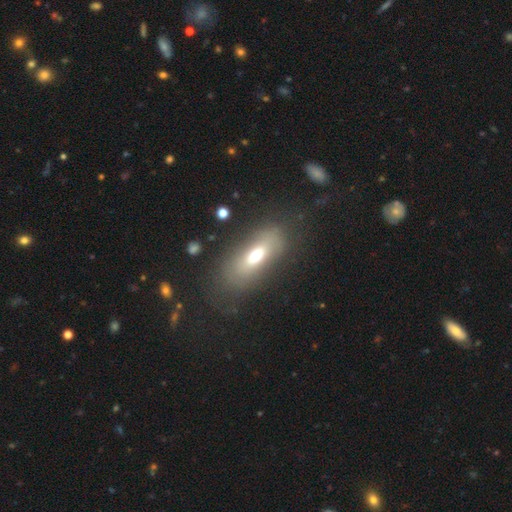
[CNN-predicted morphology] Smooth or featured? smooth (59%)
How rounded? in between (71%)
Merging? none (72%)